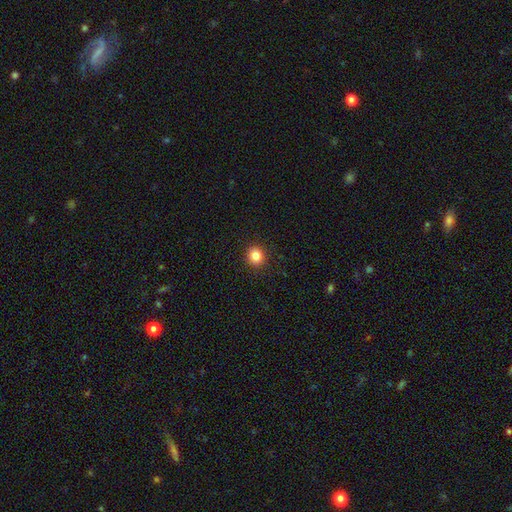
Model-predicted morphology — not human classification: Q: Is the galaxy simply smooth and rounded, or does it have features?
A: smooth — 84%.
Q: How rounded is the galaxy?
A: round — 87%.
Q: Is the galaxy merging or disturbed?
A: none — 92%.